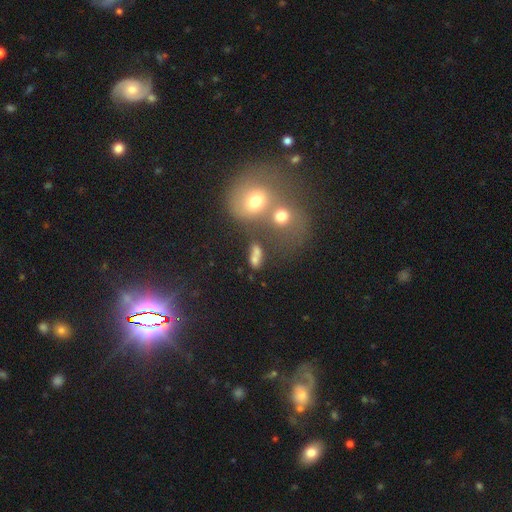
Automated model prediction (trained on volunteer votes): This is likely a smooth galaxy (69%). How rounded: likely in between (66%). Merging: marginally none (40%).